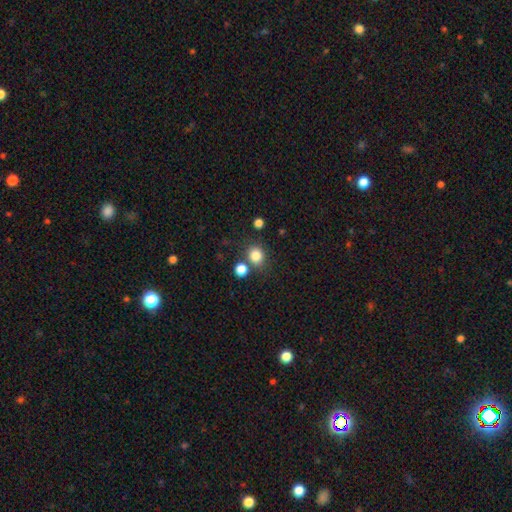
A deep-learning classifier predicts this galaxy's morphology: smooth 82%, star or artifact 12%, featured or disk 5%. Down the decision tree: how rounded — round (79%); merging — none (73%).